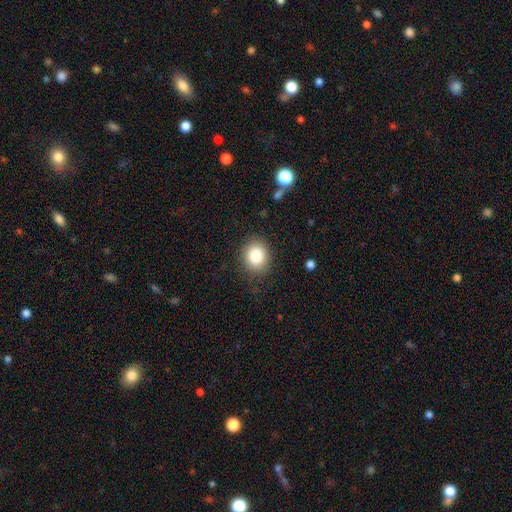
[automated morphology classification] smooth-or-featured: smooth: 85% | star or artifact: 9% | featured or disk: 6%
  how-rounded: round: 69% | in between: 30% | cigar-shaped: 1%
  merging: none: 83% | minor disturbance: 11% | major disturbance: 4% | merger: 1%